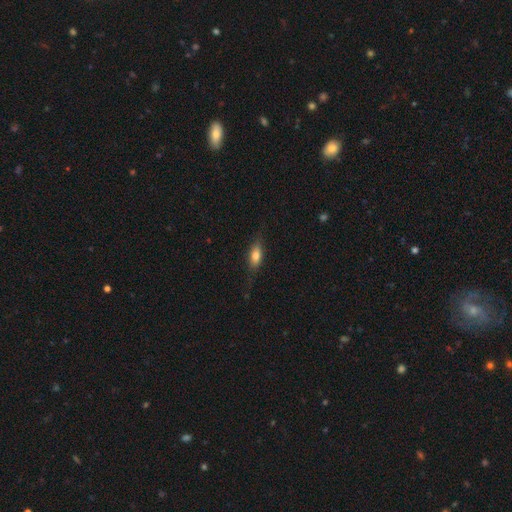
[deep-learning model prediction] Smooth or featured: smooth — 70% (featured or disk — 22%)
How rounded: in between — 71% (cigar-shaped — 24%)
Merging: none — 74% (minor disturbance — 19%)